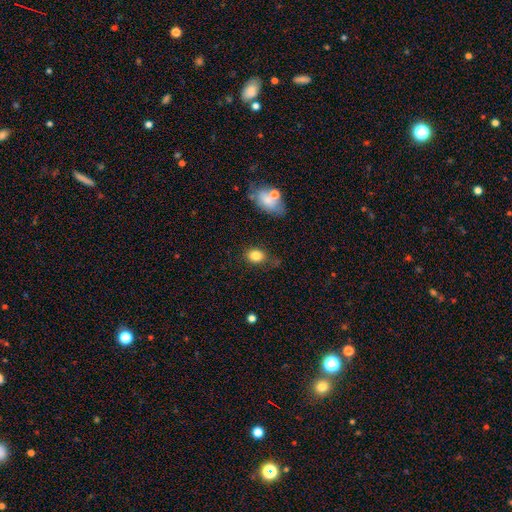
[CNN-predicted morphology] A smooth galaxy with no disk features (83%) that is round (51%). Merging: none (71%).